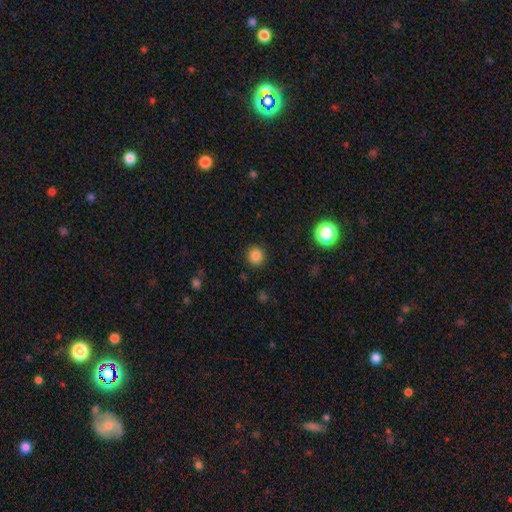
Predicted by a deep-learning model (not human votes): Smooth or featured?
  - smooth: 84% *
  - star or artifact: 12%
  - featured or disk: 4%
How rounded?
  - round: 91% *
  - in between: 8%
  - cigar-shaped: 1%
Merging?
  - none: 91% *
  - minor disturbance: 6%
  - major disturbance: 2%
  - merger: 1%